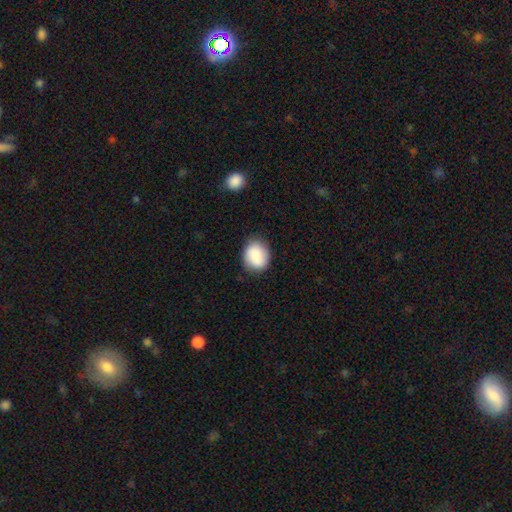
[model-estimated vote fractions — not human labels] Overall: smooth (85%). How rounded: round (52%; in between 47%). Merging: none (81%).